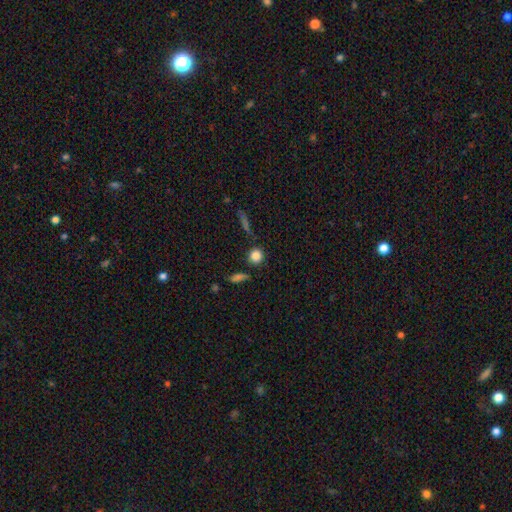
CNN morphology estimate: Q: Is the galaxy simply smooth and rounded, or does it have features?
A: smooth — 83%.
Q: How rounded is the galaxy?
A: round — 89%.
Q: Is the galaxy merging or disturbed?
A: none — 82%.